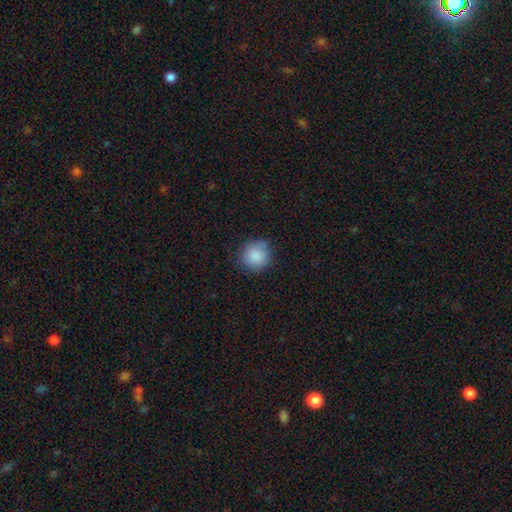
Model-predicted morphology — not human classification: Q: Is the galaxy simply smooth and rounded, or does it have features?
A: smooth — 87%.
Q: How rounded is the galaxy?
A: round — 90%.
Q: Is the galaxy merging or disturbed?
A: none — 77%.